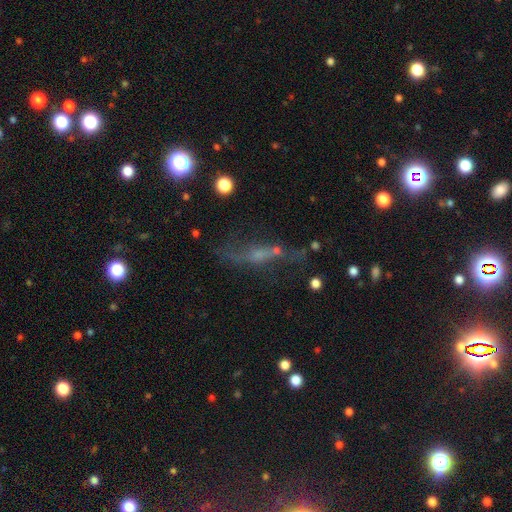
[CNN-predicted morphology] type=featured or disk (48%); merging=none (45%).